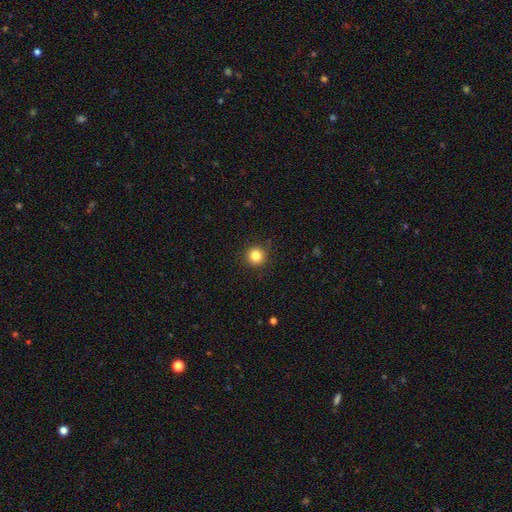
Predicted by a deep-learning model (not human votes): Q: Smooth or featured?
A: smooth (84%); runner-up: star or artifact (12%)
Q: How rounded?
A: round (95%); runner-up: in between (4%)
Q: Merging?
A: none (90%); runner-up: minor disturbance (6%)